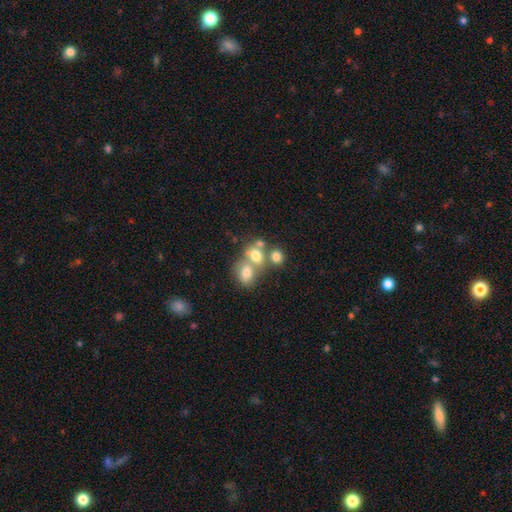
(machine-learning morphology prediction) This is likely a smooth galaxy (69%). How rounded: possibly round (57%). Merging: possibly merger (55%).